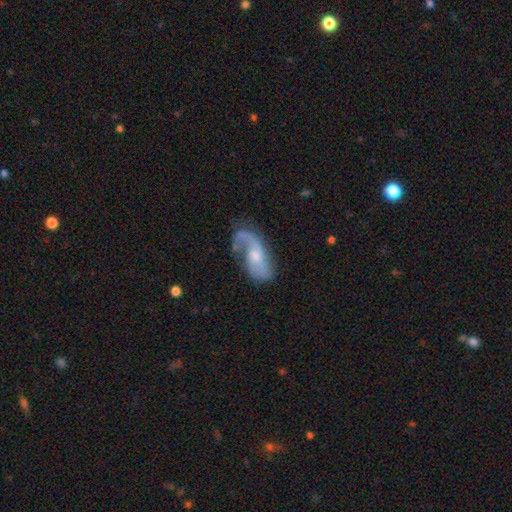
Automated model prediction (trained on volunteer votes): featured or disk 80%, smooth 15%, star or artifact 6%. Down the decision tree: edge-on disk — no (96%); bar — no (55%); spiral arms — yes (93%); spiral arm count — 2 (64%); spiral winding — loose (57%); bulge size — moderate (46%); merging — none (52%).